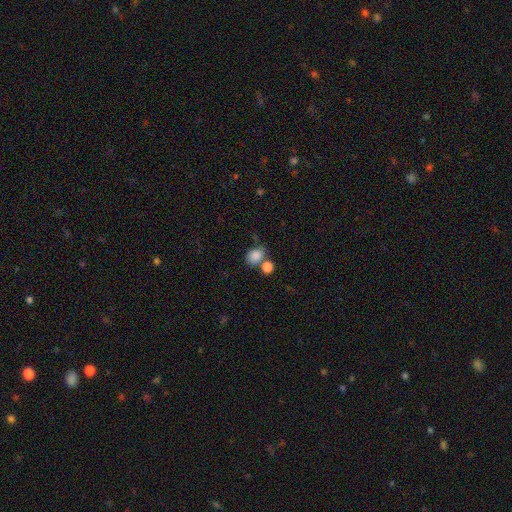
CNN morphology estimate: smooth 84%, star or artifact 10%, featured or disk 6%. Down the decision tree: how rounded — in between (52%); merging — none (54%).